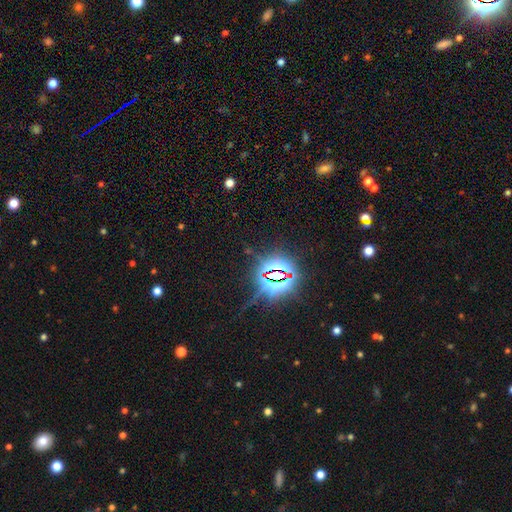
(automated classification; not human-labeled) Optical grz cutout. It shows a star or artifact, not a galaxy (85%).